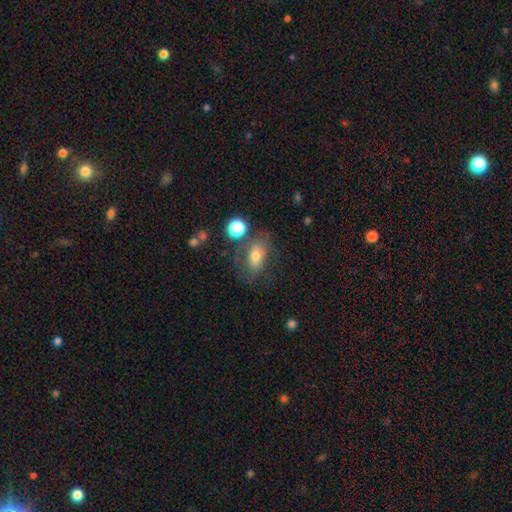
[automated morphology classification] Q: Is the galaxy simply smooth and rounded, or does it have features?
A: smooth — 62%.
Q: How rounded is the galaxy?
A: in between — 80%.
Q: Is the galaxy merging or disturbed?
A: none — 57%.